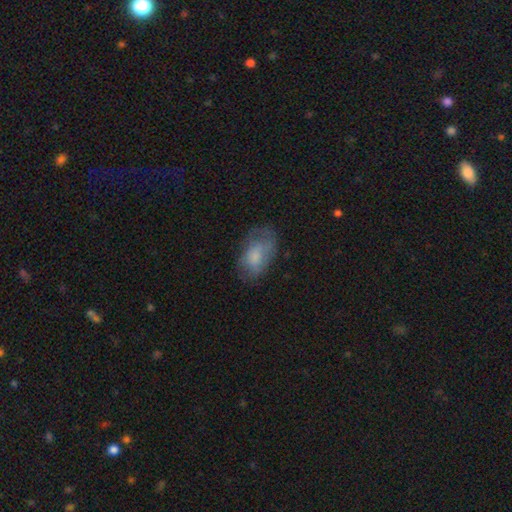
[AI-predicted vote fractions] Smooth or featured? Predicted: smooth (p=0.67). How rounded? Predicted: in between (p=0.91). Merging? Predicted: none (p=0.52).